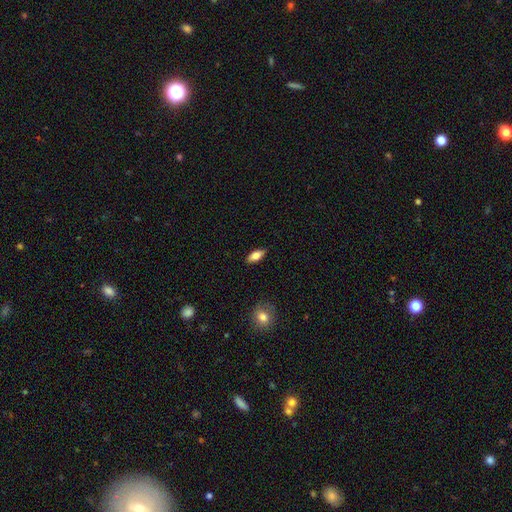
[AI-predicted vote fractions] This is likely a smooth galaxy (77%). How rounded: clearly in between (83%). Merging: clearly none (88%).